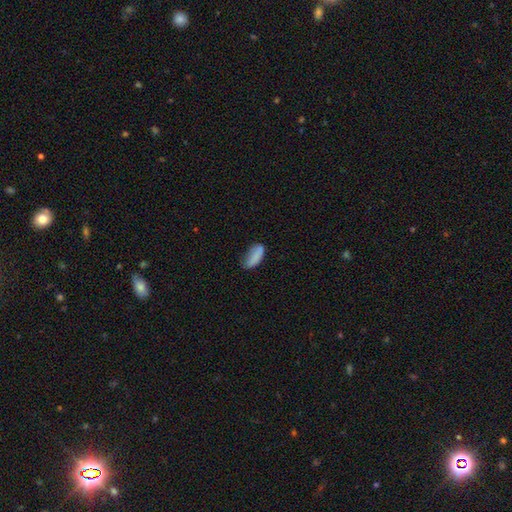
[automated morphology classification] smooth 83%, star or artifact 8%, featured or disk 8%. Down the decision tree: how rounded — in between (82%); merging — none (52%).